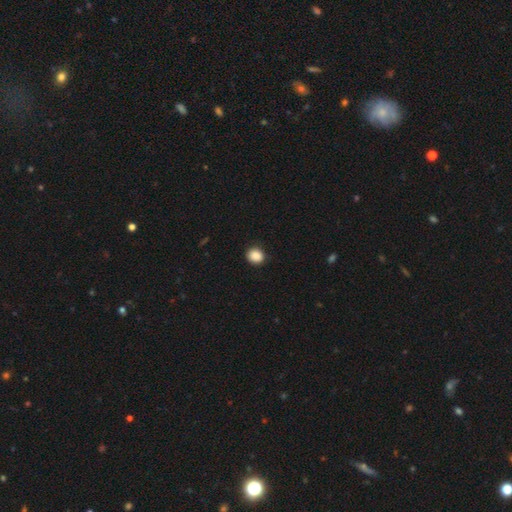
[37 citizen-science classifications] Overall: smooth (95%). How rounded: round (66%; in between 34%). Merging: none (83%).